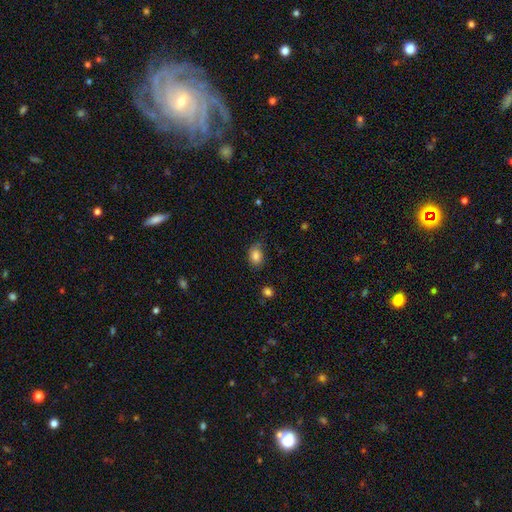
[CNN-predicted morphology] smooth-or-featured: smooth: 83% | star or artifact: 9% | featured or disk: 8%
  how-rounded: in between: 69% | round: 30% | cigar-shaped: 1%
  merging: none: 73% | minor disturbance: 21% | major disturbance: 5% | merger: 2%